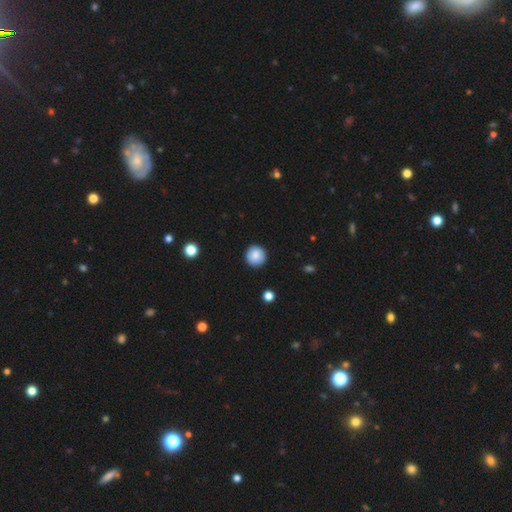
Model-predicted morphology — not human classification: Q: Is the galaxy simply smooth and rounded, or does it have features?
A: smooth — 86%.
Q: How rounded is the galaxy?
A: round — 95%.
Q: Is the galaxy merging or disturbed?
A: none — 91%.